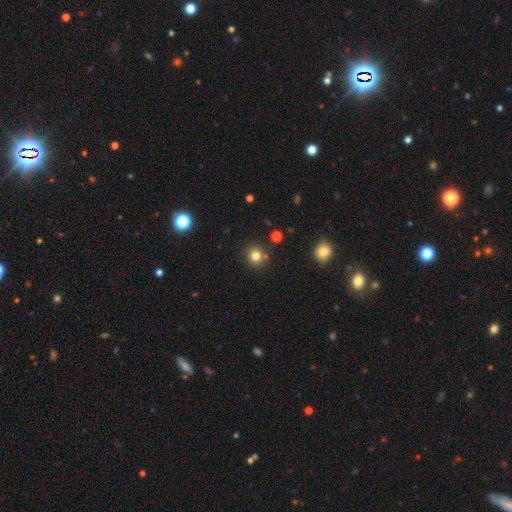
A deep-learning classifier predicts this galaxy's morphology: A smooth galaxy with no disk features (79%) that is round (89%). Merging: none (83%).